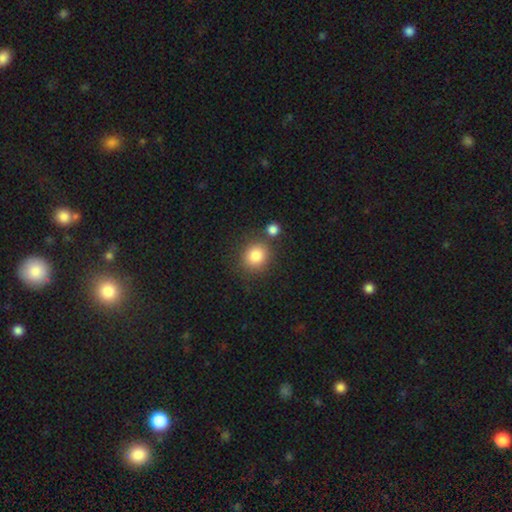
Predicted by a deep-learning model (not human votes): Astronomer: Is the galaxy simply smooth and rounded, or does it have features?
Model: smooth — 84%.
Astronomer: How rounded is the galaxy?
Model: round — 82%.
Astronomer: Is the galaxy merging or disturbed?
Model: none — 74%.